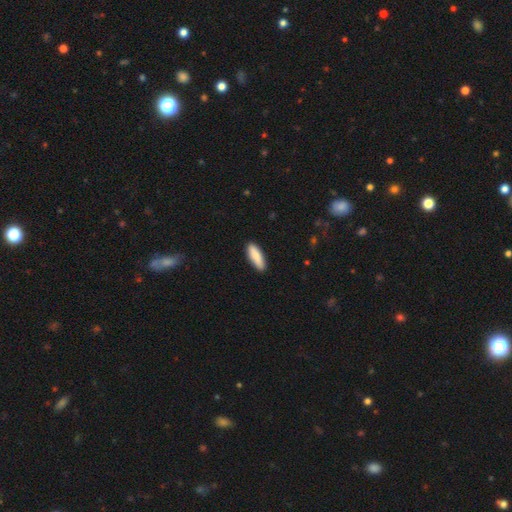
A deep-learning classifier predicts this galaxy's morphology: Smooth or featured?
  - smooth: 85% *
  - featured or disk: 10%
  - star or artifact: 5%
How rounded?
  - in between: 49% * (tied)
  - cigar-shaped: 49% * (tied)
  - round: 2%
Merging?
  - none: 88% *
  - minor disturbance: 9%
  - major disturbance: 2%
  - merger: 1%